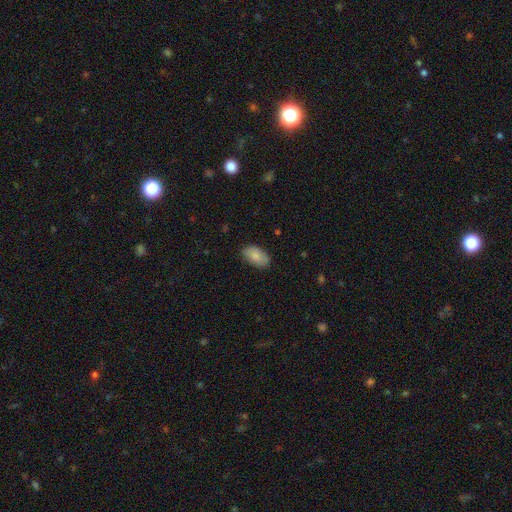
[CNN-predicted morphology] type=smooth (85%); roundness=in between (94%); merging=none (83%).